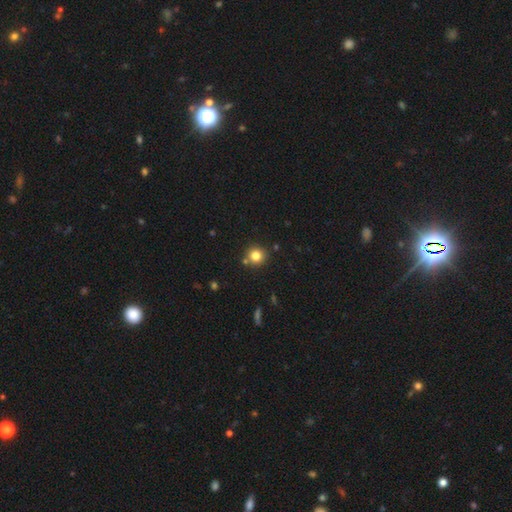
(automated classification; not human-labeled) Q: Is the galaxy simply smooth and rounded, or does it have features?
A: smooth — 80%.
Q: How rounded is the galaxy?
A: round — 91%.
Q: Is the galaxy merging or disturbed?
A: none — 81%.